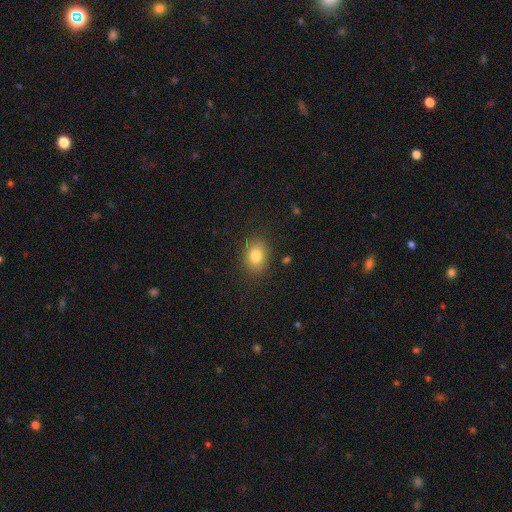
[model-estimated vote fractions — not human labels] Overall: smooth (81%). How rounded: in between (59%; round 40%). Merging: none (85%).